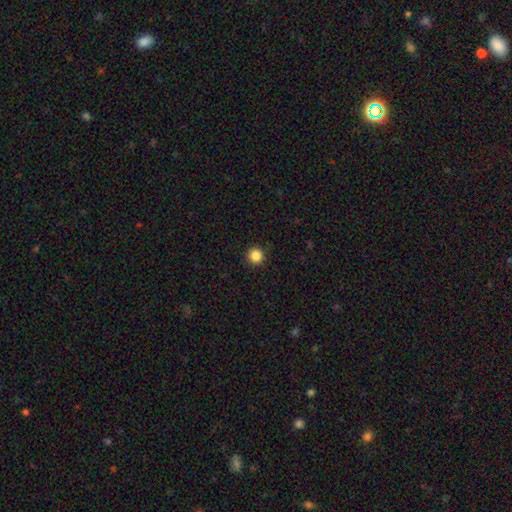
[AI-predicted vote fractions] smooth_or_featured: smooth (p=0.86) [alt: star or artifact p=0.11]
how_rounded: round (p=0.95) [alt: in between p=0.04]
merging: none (p=0.92) [alt: minor disturbance p=0.05]